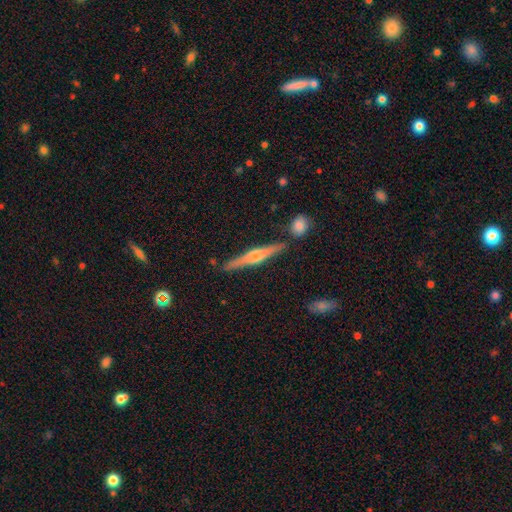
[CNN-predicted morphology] This is likely a featured or disk galaxy (72%). It is clearly viewed edge-on (98%). Edge-on bulge: clearly rounded (87%). Merging: clearly none (85%).